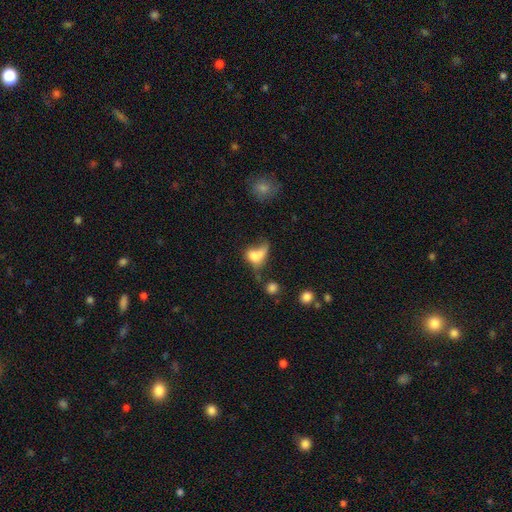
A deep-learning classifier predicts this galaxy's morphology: smooth-or-featured: smooth: 62% | featured or disk: 26% | star or artifact: 12%
  how-rounded: in between: 67% | round: 26% | cigar-shaped: 7%
  merging: merger: 34% | major disturbance: 31% | none: 20% | minor disturbance: 15%